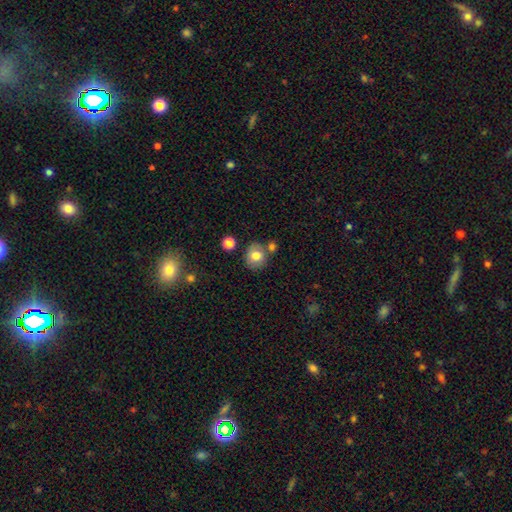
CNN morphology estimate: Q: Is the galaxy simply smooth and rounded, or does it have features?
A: smooth — 78%.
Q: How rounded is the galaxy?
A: round — 79%.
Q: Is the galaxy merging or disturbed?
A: none — 71%.